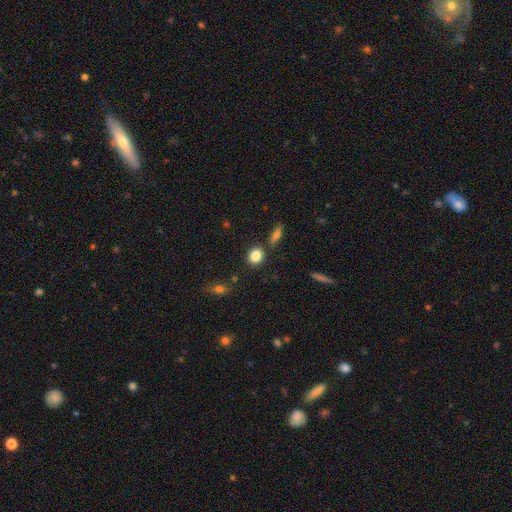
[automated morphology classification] A smooth galaxy with no disk features (84%) that is round (67%).

Vote fractions:
- Smooth or featured? smooth: 84% / star or artifact: 9% / featured or disk: 6%
- How rounded? round: 67% / in between: 31% / cigar-shaped: 2%
- Merging? none: 80% / minor disturbance: 9% / merger: 8% / major disturbance: 3%